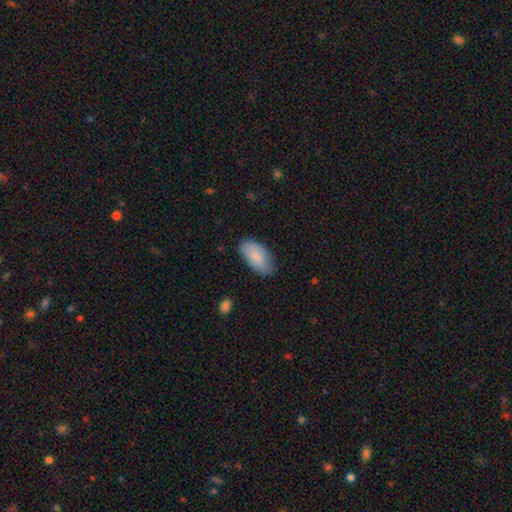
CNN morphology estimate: This is clearly a smooth galaxy (83%). How rounded: clearly in between (94%). Merging: likely none (76%).